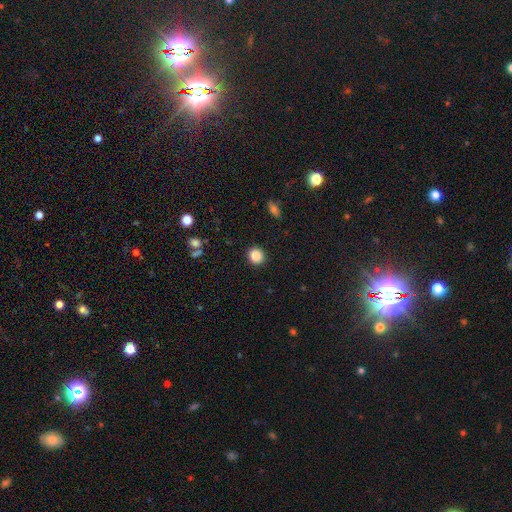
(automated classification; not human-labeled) smooth-or-featured: smooth: 86% | star or artifact: 10% | featured or disk: 4%
  how-rounded: round: 90% | in between: 9% | cigar-shaped: 1%
  merging: none: 92% | minor disturbance: 5% | major disturbance: 2% | merger: 1%